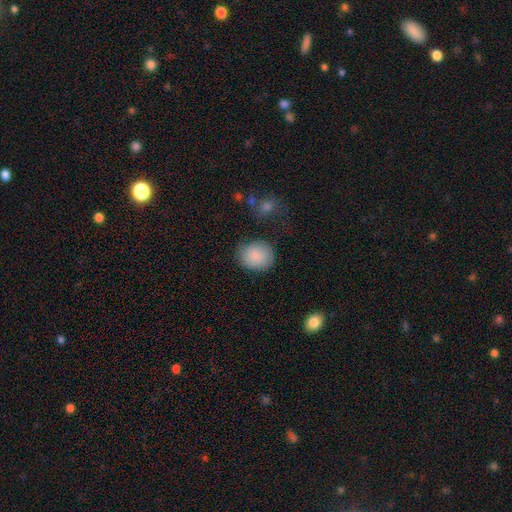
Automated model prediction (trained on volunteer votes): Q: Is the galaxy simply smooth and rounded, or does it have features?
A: smooth — 87%.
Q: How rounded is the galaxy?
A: round — 73%.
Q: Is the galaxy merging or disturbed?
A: none — 75%.